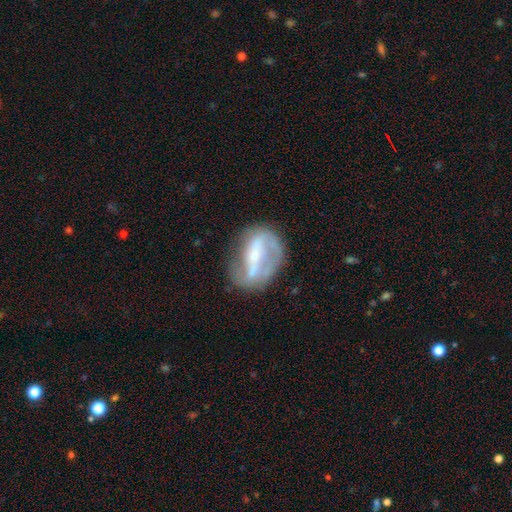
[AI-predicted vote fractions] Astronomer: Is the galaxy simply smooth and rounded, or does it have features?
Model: featured or disk — 72%.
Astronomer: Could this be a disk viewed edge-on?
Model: no — 95%.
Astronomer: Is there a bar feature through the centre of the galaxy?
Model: strong — 45% (runner-up: weak, 30%).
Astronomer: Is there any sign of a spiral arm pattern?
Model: yes — 67%.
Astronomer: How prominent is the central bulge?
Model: small — 62%.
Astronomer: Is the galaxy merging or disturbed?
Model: none — 56%.